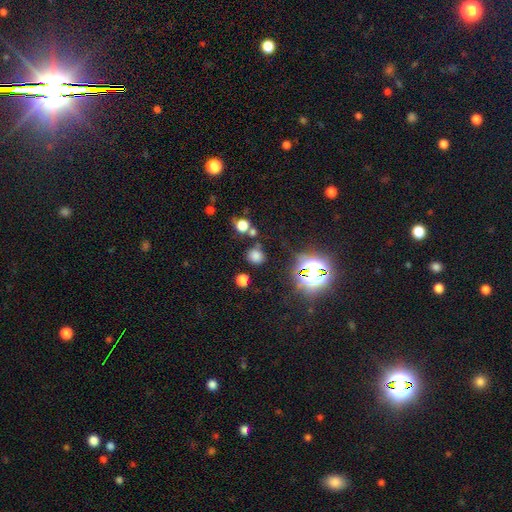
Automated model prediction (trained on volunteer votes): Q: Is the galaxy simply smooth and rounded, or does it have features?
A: smooth — 67%.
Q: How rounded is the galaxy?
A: round — 81%.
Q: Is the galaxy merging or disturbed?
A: none — 77%.